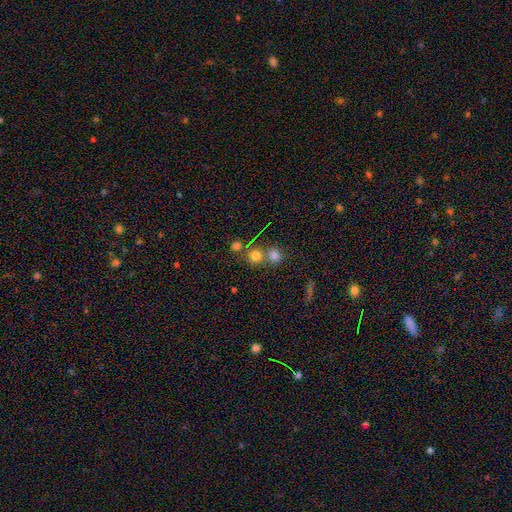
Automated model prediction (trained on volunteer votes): Smooth or featured? smooth (73%)
How rounded? round (88%)
Merging? none (56%)